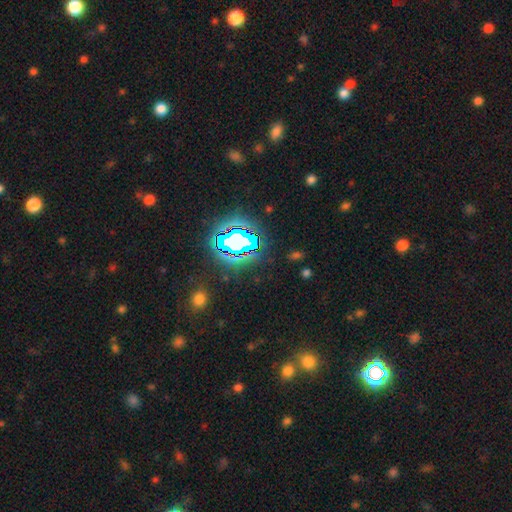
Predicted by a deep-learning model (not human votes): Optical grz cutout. It shows a star or artifact, not a galaxy (78%).